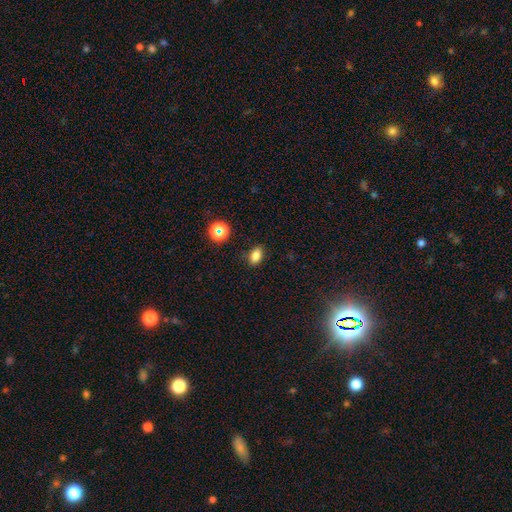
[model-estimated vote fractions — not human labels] A smooth galaxy with no disk features (82%) that is in between round and cigar-shaped (83%). Merging: none (85%).